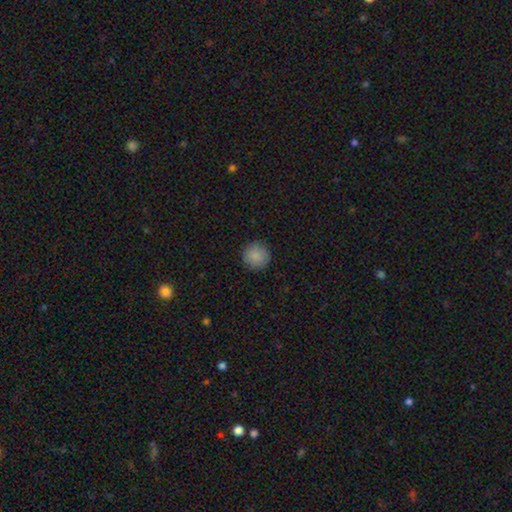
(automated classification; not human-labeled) smooth-or-featured: smooth: 88% | star or artifact: 8% | featured or disk: 4%
  how-rounded: round: 95% | in between: 4% | cigar-shaped: 1%
  merging: none: 91% | minor disturbance: 6% | major disturbance: 2% | merger: 1%